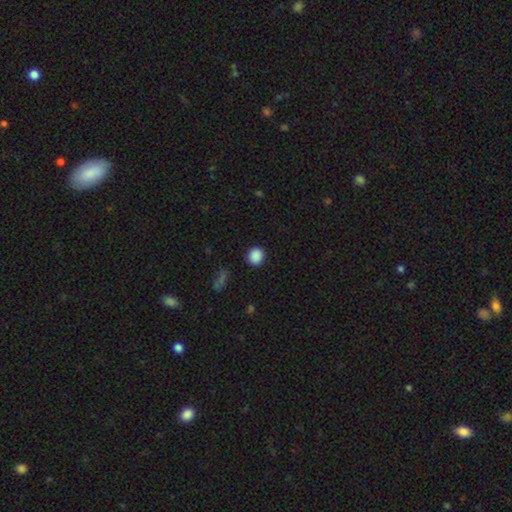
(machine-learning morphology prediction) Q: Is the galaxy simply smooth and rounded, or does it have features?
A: smooth — 88%.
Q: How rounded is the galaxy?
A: round — 86%.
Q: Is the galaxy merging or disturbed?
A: none — 90%.